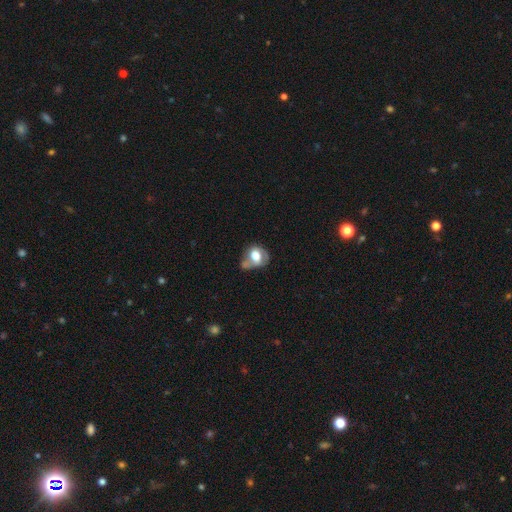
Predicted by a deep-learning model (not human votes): Smooth or featured?
  - smooth: 56% *
  - featured or disk: 35%
  - star or artifact: 9%
How rounded?
  - round: 55% *
  - in between: 44%
  - cigar-shaped: 1%
Merging?
  - none: 31% *
  - minor disturbance: 30%
  - major disturbance: 21%
  - merger: 18%